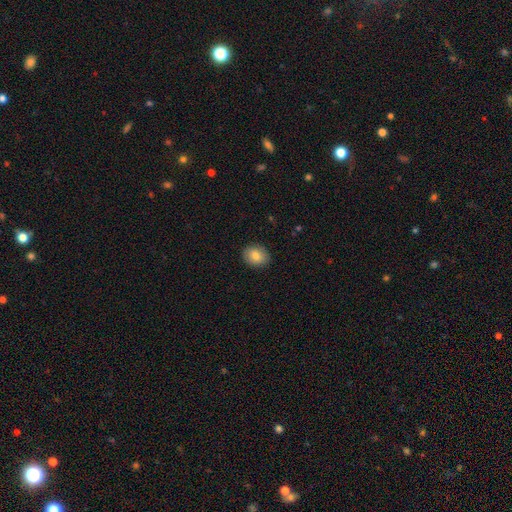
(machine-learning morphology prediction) Q: Smooth or featured?
A: smooth (82%); runner-up: featured or disk (10%)
Q: How rounded?
A: round (51%); runner-up: in between (48%)
Q: Merging?
A: none (89%); runner-up: minor disturbance (8%)